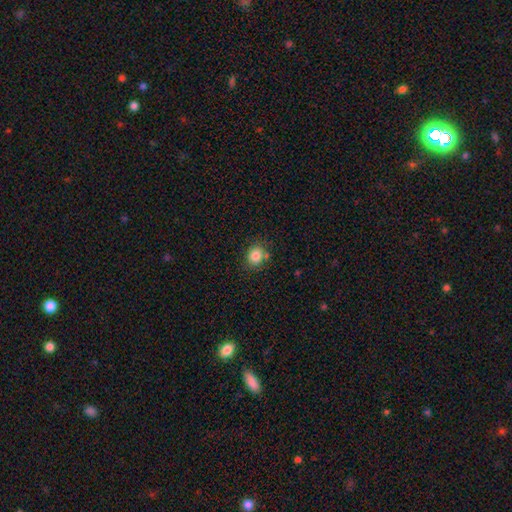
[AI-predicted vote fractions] Smooth or featured?
  - smooth: 83% *
  - star or artifact: 10%
  - featured or disk: 6%
How rounded?
  - round: 66% *
  - in between: 33%
  - cigar-shaped: 1%
Merging?
  - none: 75% *
  - minor disturbance: 13%
  - merger: 8%
  - major disturbance: 3%